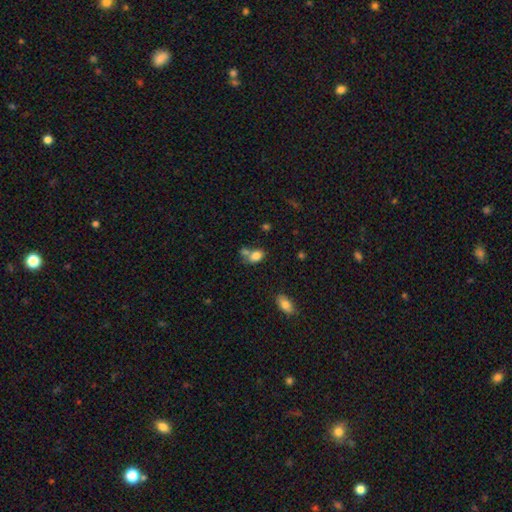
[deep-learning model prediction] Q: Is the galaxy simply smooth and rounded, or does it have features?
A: smooth — 81%.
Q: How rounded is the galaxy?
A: in between — 81%.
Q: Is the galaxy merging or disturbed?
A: none — 43%.